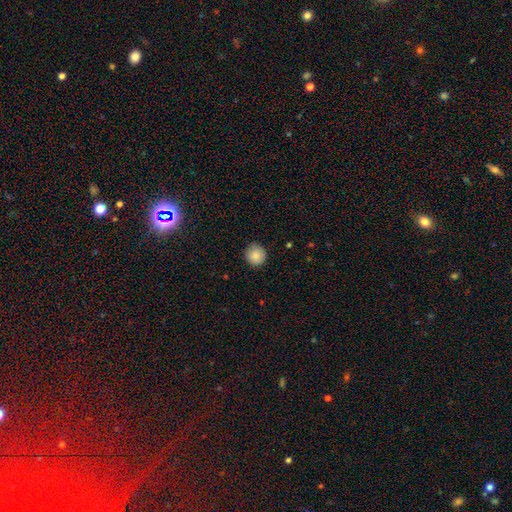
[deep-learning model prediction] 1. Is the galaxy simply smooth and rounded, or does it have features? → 87% smooth, 9% star or artifact, 5% featured or disk.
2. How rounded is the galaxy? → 95% round, 4% in between, 1% cigar-shaped.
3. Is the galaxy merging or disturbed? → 87% none, 10% minor disturbance, 2% major disturbance, 1% merger.